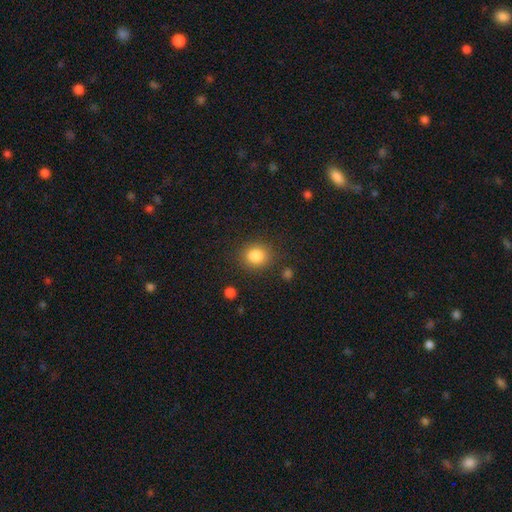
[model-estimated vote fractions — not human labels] Overall: smooth (85%). How rounded: round (73%). Merging: none (83%).